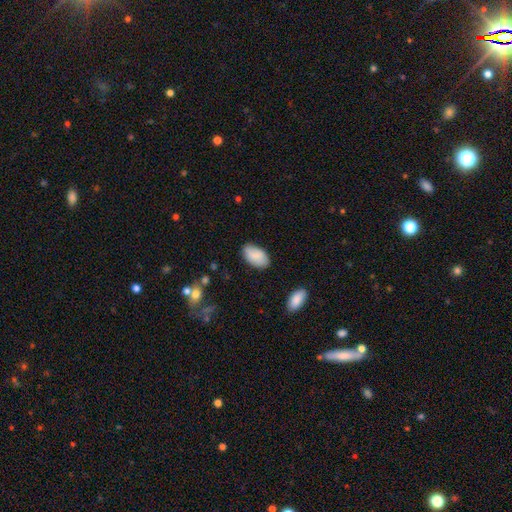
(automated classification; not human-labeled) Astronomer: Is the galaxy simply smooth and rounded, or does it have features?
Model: smooth — 82%.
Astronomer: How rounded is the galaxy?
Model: in between — 95%.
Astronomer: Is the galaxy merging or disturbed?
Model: none — 80%.